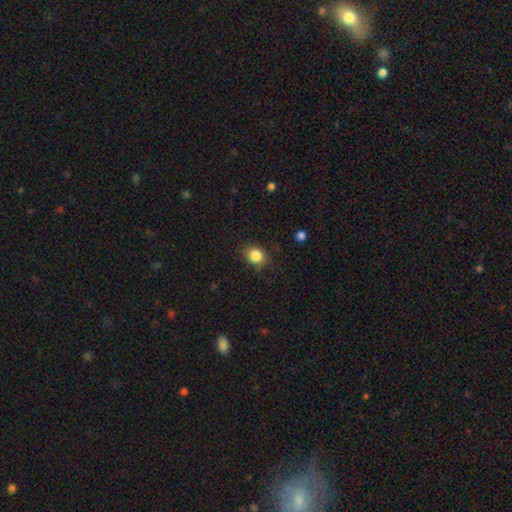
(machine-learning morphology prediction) smooth_or_featured: smooth (p=0.85) [alt: star or artifact p=0.10]
how_rounded: round (p=0.56) [alt: in between p=0.43]
merging: none (p=0.82) [alt: minor disturbance p=0.13]